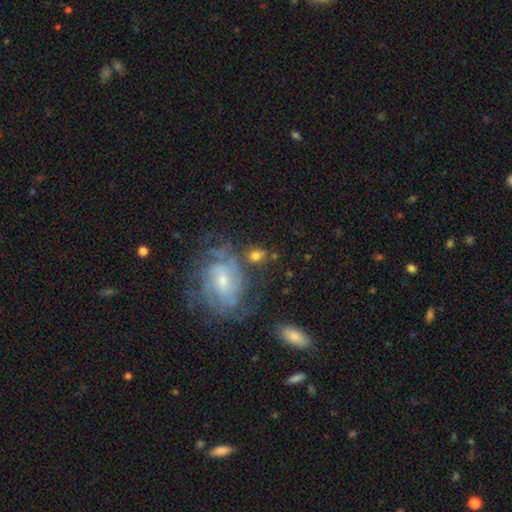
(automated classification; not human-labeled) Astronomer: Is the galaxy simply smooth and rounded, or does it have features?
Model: smooth — 52% (runner-up: featured or disk, 37%).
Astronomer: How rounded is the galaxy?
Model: in between — 53% (runner-up: round, 44%).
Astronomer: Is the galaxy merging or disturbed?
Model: none — 62%.